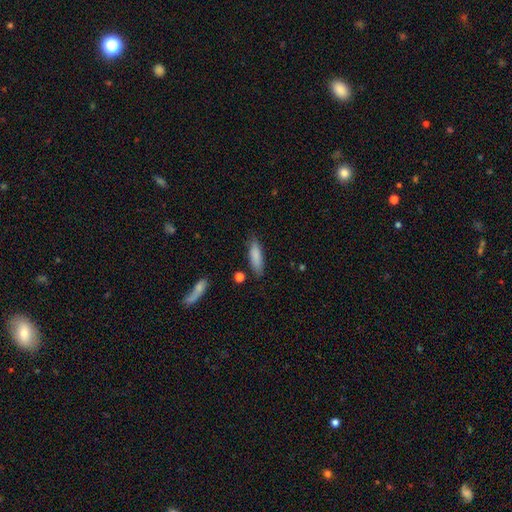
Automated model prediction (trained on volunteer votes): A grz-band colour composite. It shows a smooth galaxy with no disk features (85%) that is cigar-shaped (56%). Merging: none (81%).